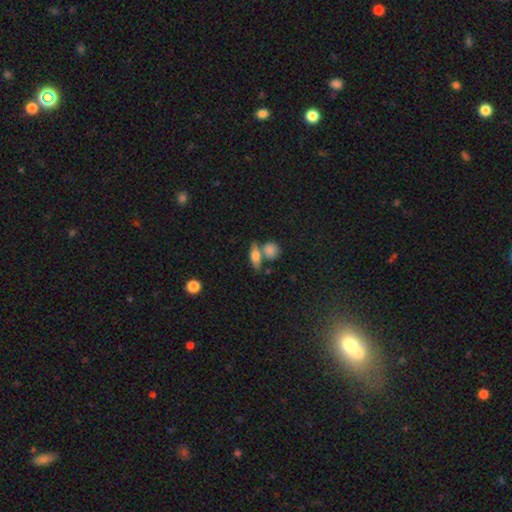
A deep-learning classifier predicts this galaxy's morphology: The model was most divided on "merging": none: 55%, merger: 29%, minor disturbance: 12%, major disturbance: 5%. More confident: smooth or featured — smooth (64%); how rounded — in between (61%).